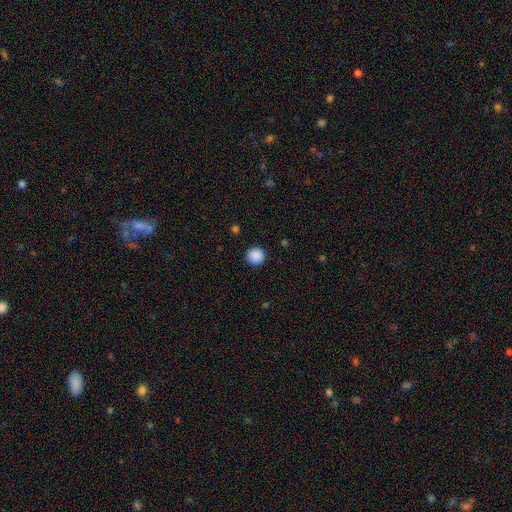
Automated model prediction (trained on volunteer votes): A smooth galaxy with no disk features (89%) that is round (95%).

Vote fractions:
- Smooth or featured? smooth: 89% / star or artifact: 9% / featured or disk: 2%
- How rounded? round: 95% / in between: 4% / cigar-shaped: 1%
- Merging? none: 92% / minor disturbance: 5% / major disturbance: 2% / merger: 1%